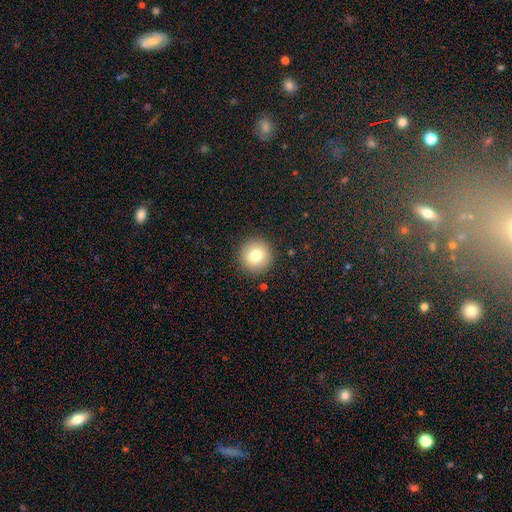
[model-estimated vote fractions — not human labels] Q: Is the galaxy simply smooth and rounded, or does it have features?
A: smooth — 78%.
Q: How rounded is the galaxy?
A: round — 95%.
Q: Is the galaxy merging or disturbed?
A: none — 90%.